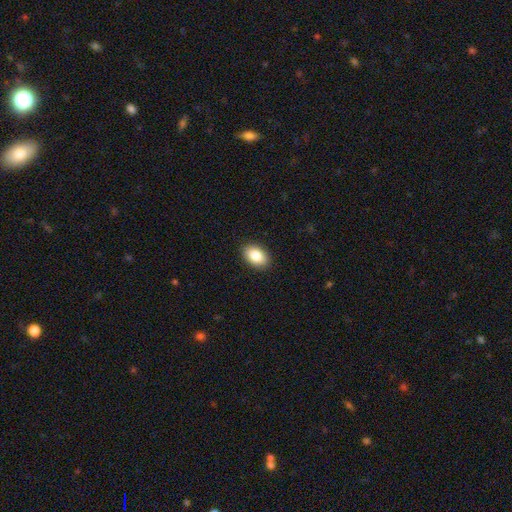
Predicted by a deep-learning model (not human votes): This is clearly a smooth galaxy (85%). How rounded: clearly in between (89%). Merging: clearly none (90%).